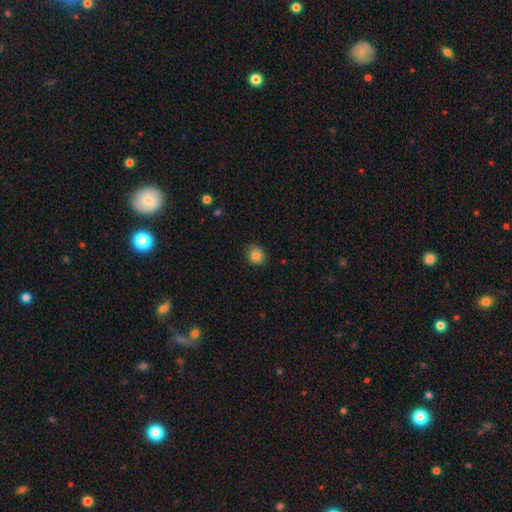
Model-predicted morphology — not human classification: type=smooth (85%); roundness=round (87%); merging=none (82%).